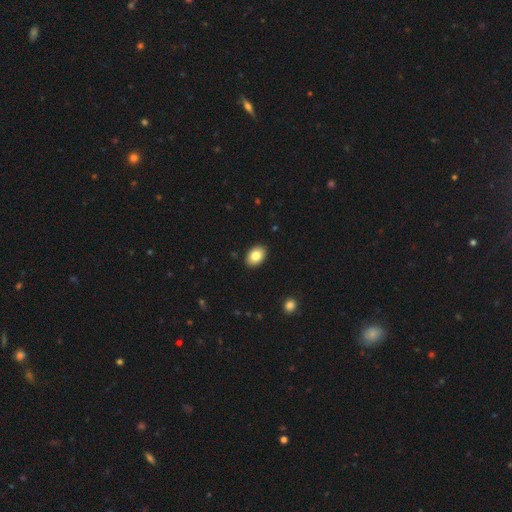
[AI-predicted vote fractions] smooth_or_featured: smooth (p=0.83) [alt: featured or disk p=0.09]
how_rounded: in between (p=0.84) [alt: round p=0.15]
merging: none (p=0.90) [alt: minor disturbance p=0.07]